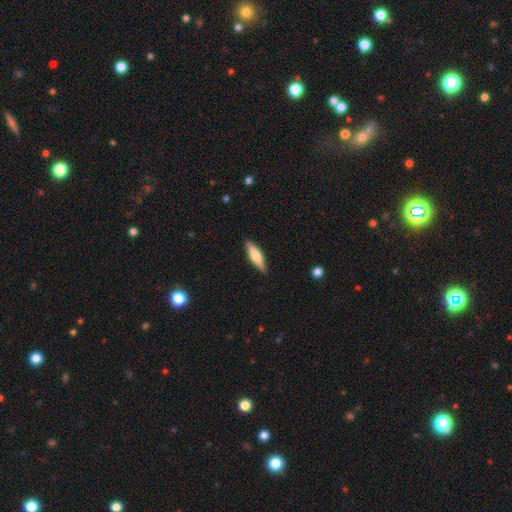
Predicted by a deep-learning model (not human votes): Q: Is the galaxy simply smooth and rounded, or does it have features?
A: smooth — 62%.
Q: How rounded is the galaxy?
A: cigar-shaped — 64%.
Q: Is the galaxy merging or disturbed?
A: none — 87%.